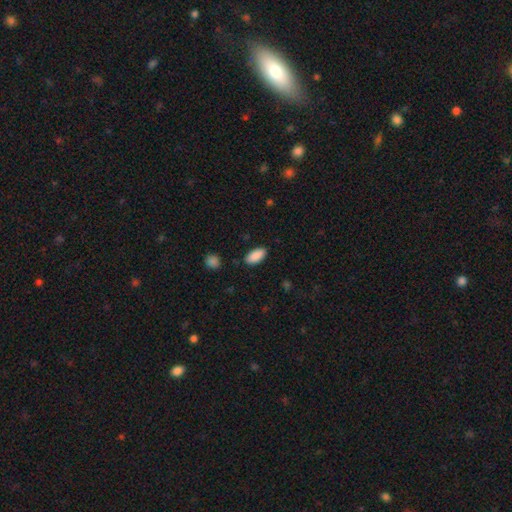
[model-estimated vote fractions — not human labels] Q: Smooth or featured?
A: smooth (89%); runner-up: star or artifact (7%)
Q: How rounded?
A: in between (92%); runner-up: cigar-shaped (6%)
Q: Merging?
A: none (85%); runner-up: minor disturbance (11%)